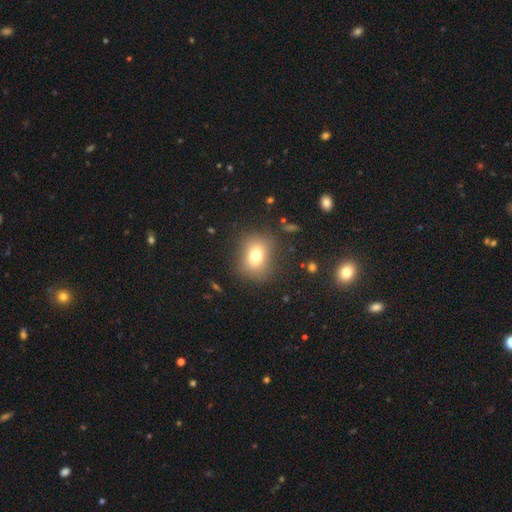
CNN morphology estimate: Q: Smooth or featured?
A: smooth (74%); runner-up: star or artifact (13%)
Q: How rounded?
A: round (57%); runner-up: in between (42%)
Q: Merging?
A: none (81%); runner-up: minor disturbance (12%)